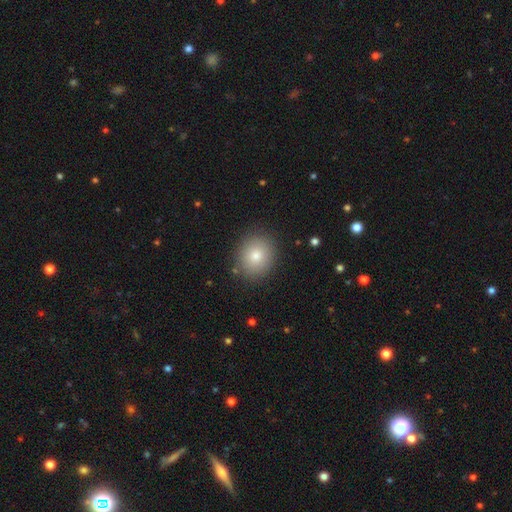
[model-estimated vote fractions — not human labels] Smooth or featured? Predicted: smooth (p=0.78). How rounded? Predicted: round (p=0.73). Merging? Predicted: none (p=0.89).